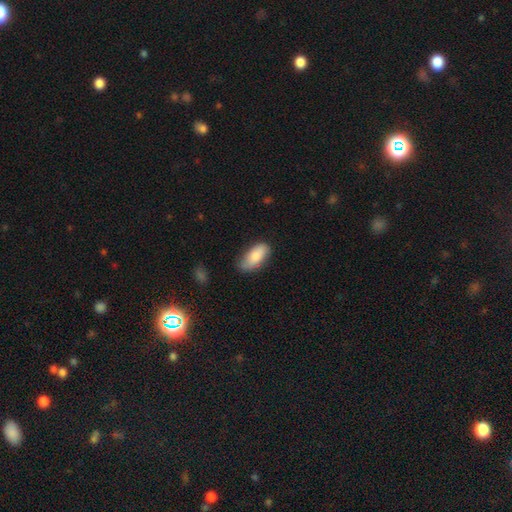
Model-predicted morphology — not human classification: Q: Smooth or featured?
A: smooth (83%); runner-up: featured or disk (11%)
Q: How rounded?
A: in between (88%); runner-up: cigar-shaped (10%)
Q: Merging?
A: none (70%); runner-up: minor disturbance (24%)